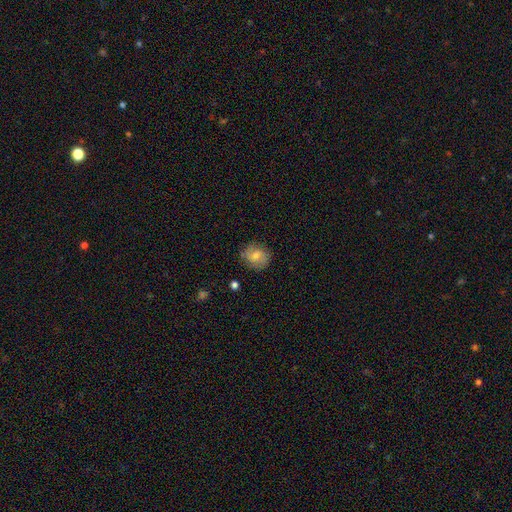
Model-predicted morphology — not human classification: smooth 61%, featured or disk 29%, star or artifact 10%. Down the decision tree: how rounded — round (79%); merging — none (80%).